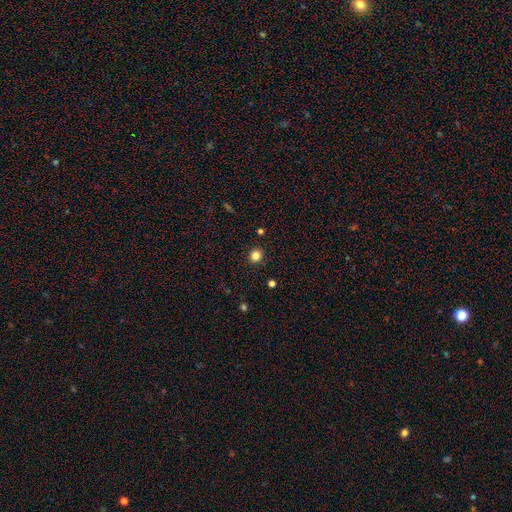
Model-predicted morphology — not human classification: Smooth or featured? smooth (83%)
How rounded? round (91%)
Merging? none (92%)